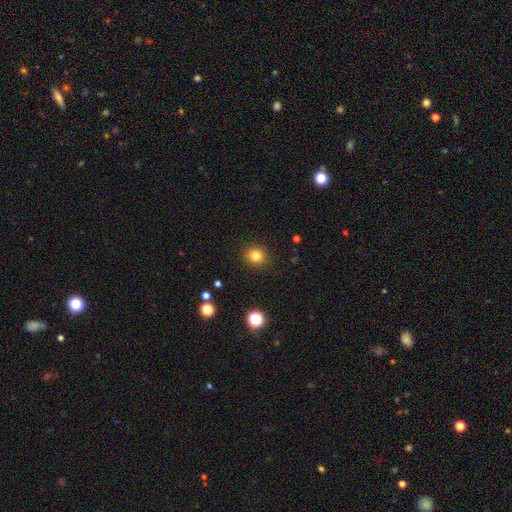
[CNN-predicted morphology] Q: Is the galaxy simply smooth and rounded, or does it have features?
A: smooth — 81%.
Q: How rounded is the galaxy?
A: round — 85%.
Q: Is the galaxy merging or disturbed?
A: none — 91%.